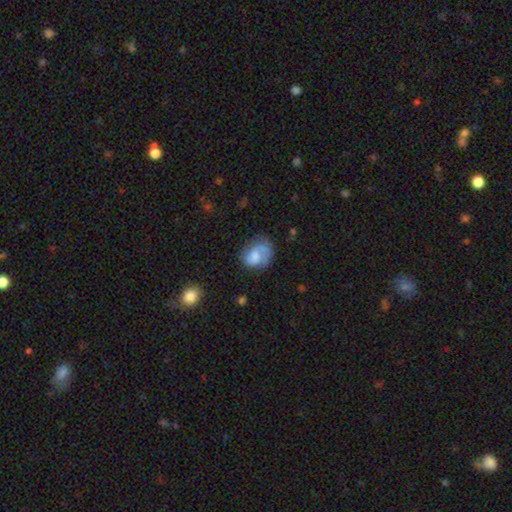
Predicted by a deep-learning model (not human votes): A smooth galaxy with no disk features (52%) that is in between round and cigar-shaped (52%). Merging: none (48%).